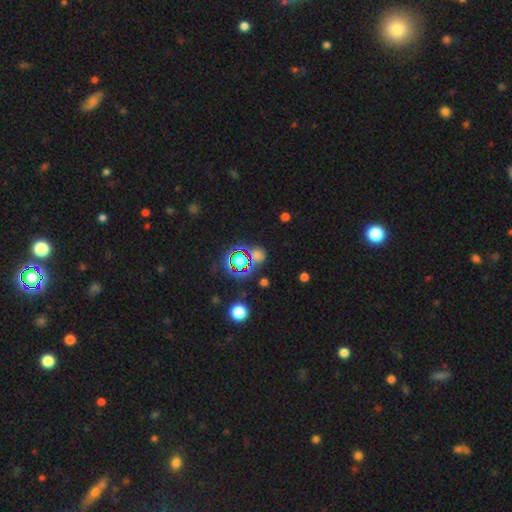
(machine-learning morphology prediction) This is likely a star or artifact rather than a galaxy (67%).